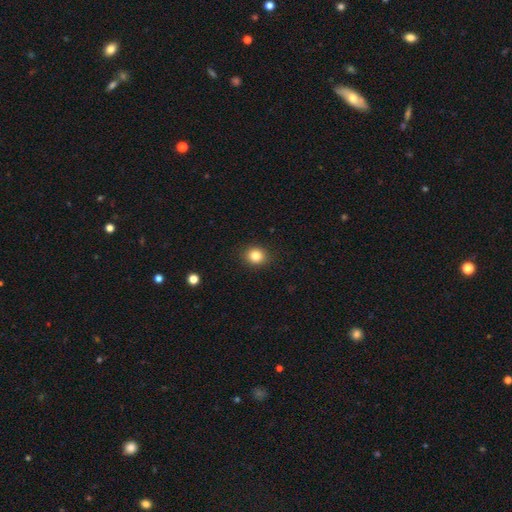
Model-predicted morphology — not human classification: type=smooth (83%); roundness=round (73%); merging=none (89%).